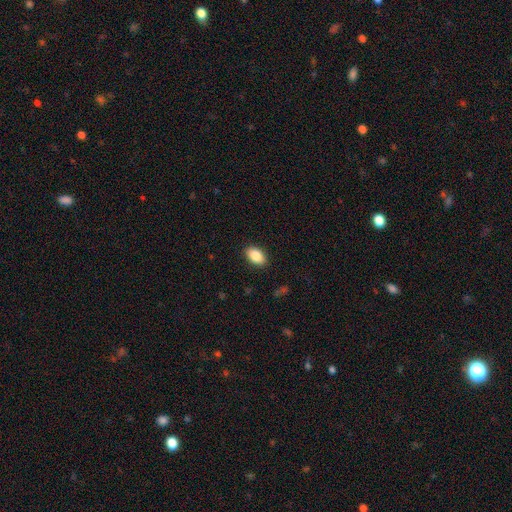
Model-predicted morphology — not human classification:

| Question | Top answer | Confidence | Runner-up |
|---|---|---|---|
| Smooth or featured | smooth | 88% | star or artifact (7%) |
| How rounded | in between | 91% | round (8%) |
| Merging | none | 89% | minor disturbance (8%) |